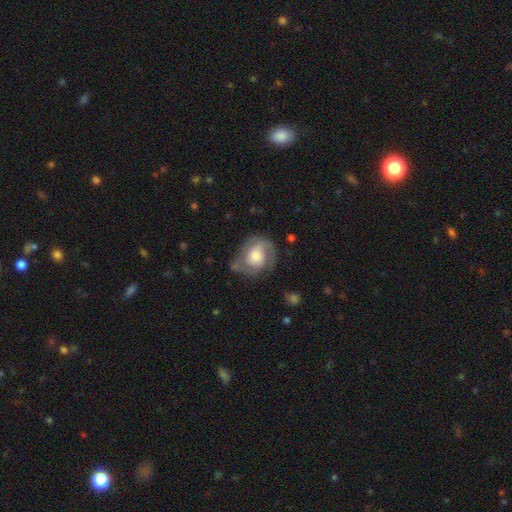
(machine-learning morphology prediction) Q: Smooth or featured?
A: featured or disk (69%); runner-up: smooth (25%)
Q: Edge-on disk?
A: no (97%); runner-up: yes (3%)
Q: Bar?
A: no (65%); runner-up: weak (29%)
Q: Spiral arms?
A: yes (87%); runner-up: no (13%)
Q: Spiral winding?
A: medium (46%); runner-up: tight (34%)
Q: Spiral arm count?
A: 2 (73%); runner-up: can't tell (11%)
Q: Bulge size?
A: large (45%); runner-up: moderate (31%)
Q: Merging?
A: none (60%); runner-up: minor disturbance (24%)